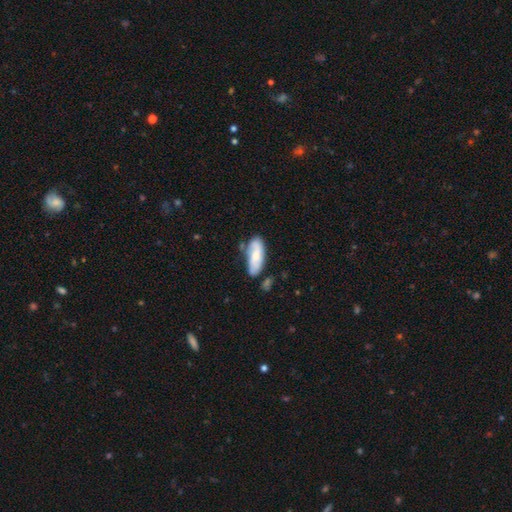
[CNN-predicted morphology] A smooth galaxy with no disk features (63%) that is in between round and cigar-shaped (77%).

Vote fractions:
- Smooth or featured? smooth: 63% / featured or disk: 31% / star or artifact: 6%
- How rounded? in between: 77% / cigar-shaped: 21% / round: 2%
- Merging? none: 56% / minor disturbance: 27% / merger: 9% / major disturbance: 7%